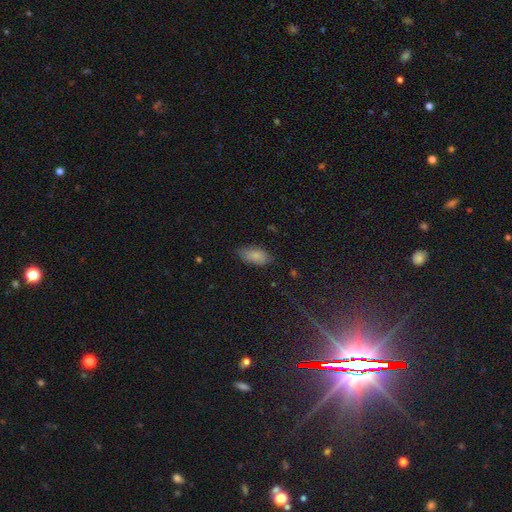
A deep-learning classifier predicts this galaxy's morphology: This appears to be a smooth galaxy with no disk features (84%) that is in between round and cigar-shaped (91%). Merging: none (75%).